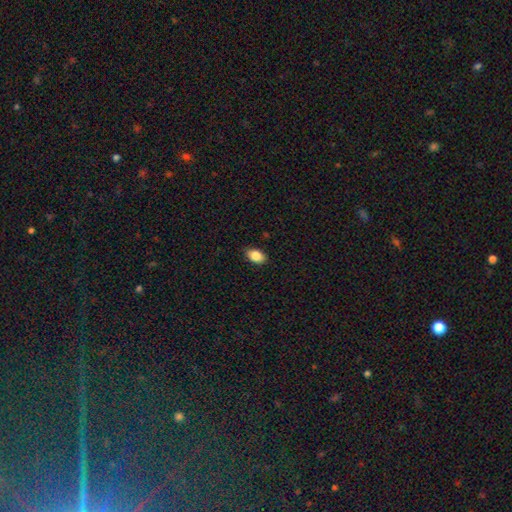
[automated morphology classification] Smooth or featured?
  - smooth: 85% *
  - star or artifact: 8%
  - featured or disk: 7%
How rounded?
  - in between: 89% *
  - round: 9%
  - cigar-shaped: 2%
Merging?
  - none: 87% *
  - minor disturbance: 10%
  - major disturbance: 2%
  - merger: 1%